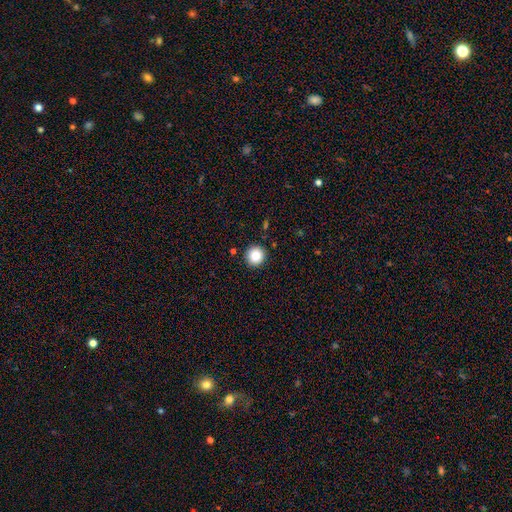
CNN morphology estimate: smooth-or-featured: smooth: 86% | star or artifact: 9% | featured or disk: 5%
  how-rounded: round: 96% | in between: 3% | cigar-shaped: 1%
  merging: none: 92% | minor disturbance: 5% | major disturbance: 2% | merger: 1%